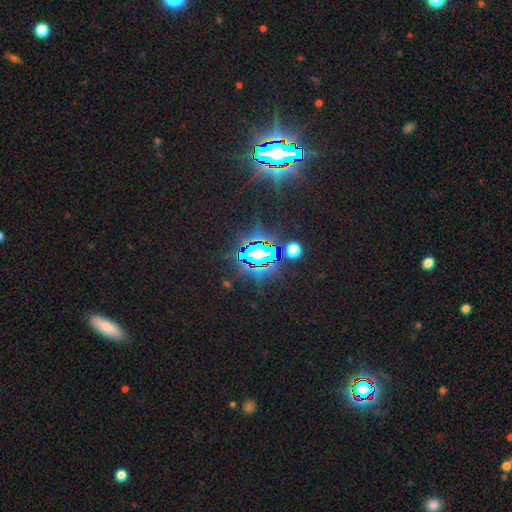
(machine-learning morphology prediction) Overall: star or artifact (80%).